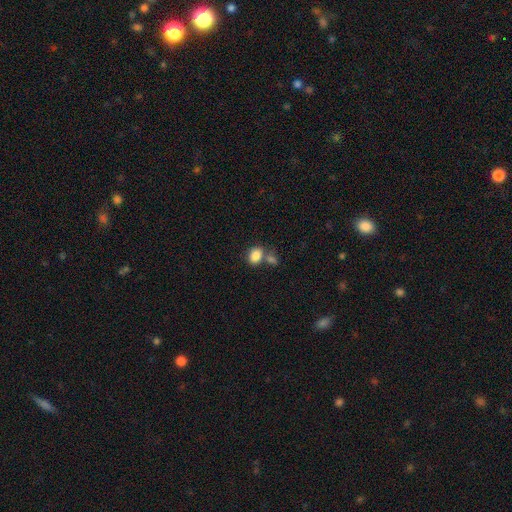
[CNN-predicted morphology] Q: Smooth or featured?
A: smooth (85%); runner-up: star or artifact (9%)
Q: How rounded?
A: in between (71%); runner-up: round (28%)
Q: Merging?
A: none (50%); runner-up: merger (34%)